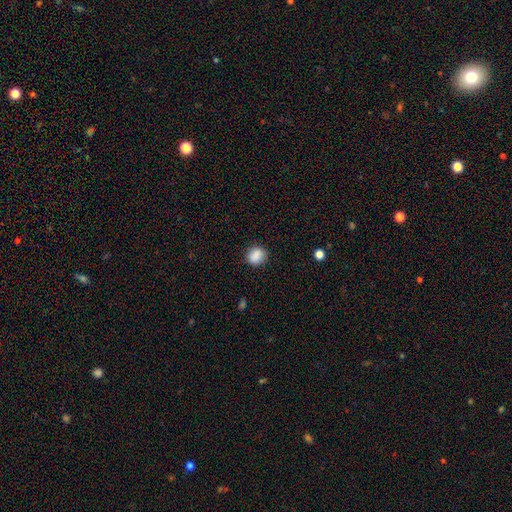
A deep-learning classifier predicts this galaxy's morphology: Smooth or featured? smooth (88%)
How rounded? round (69%)
Merging? none (84%)